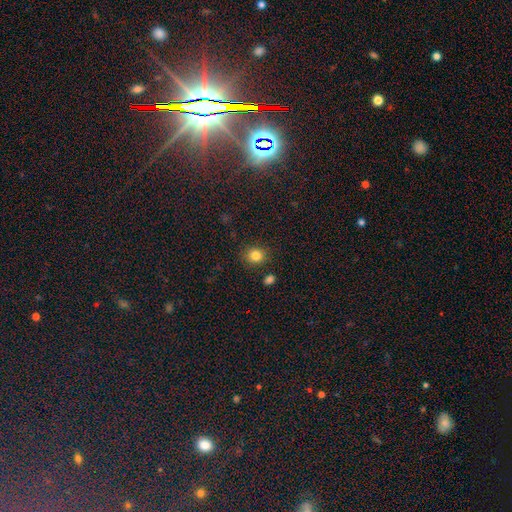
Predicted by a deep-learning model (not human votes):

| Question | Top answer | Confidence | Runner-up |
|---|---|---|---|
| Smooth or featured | smooth | 83% | star or artifact (12%) |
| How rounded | round | 78% | in between (21%) |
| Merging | none | 86% | minor disturbance (9%) |